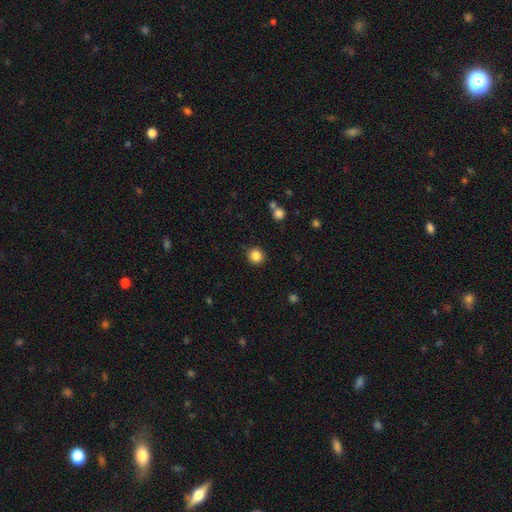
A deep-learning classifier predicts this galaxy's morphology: A smooth galaxy with no disk features (86%) that is round (93%). Merging: none (90%).